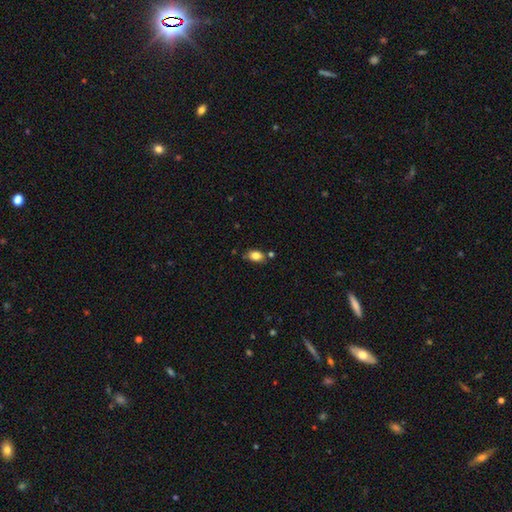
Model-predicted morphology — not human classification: The model was most divided on "merging": none: 74%, minor disturbance: 15%, merger: 8%, major disturbance: 3%. More confident: how rounded — in between (84%); smooth or featured — smooth (82%).